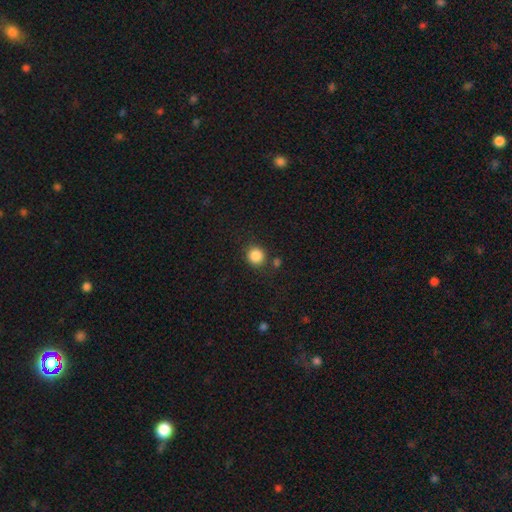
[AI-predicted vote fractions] smooth 86%, star or artifact 10%, featured or disk 4%. Down the decision tree: how rounded — round (90%); merging — none (82%).